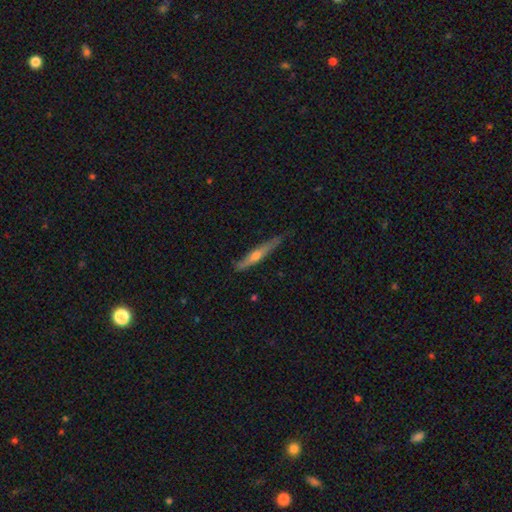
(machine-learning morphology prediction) A featured or disk galaxy (60%) viewed edge-on (94%) with a rounded central bulge (82%). Merging: none (79%).